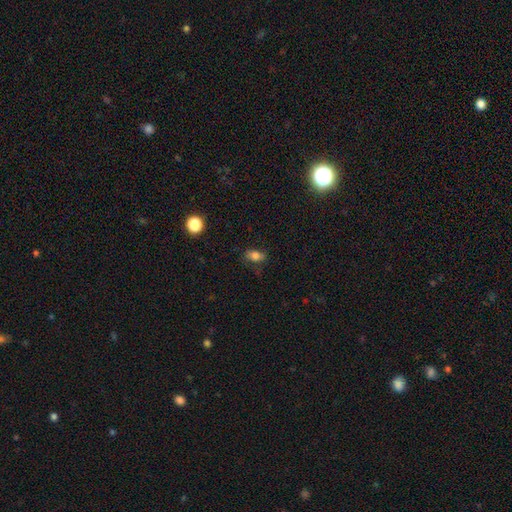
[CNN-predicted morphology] The model was most divided on "merging": none: 71%, minor disturbance: 21%, major disturbance: 6%, merger: 2%. More confident: how rounded — in between (81%); smooth or featured — smooth (76%).